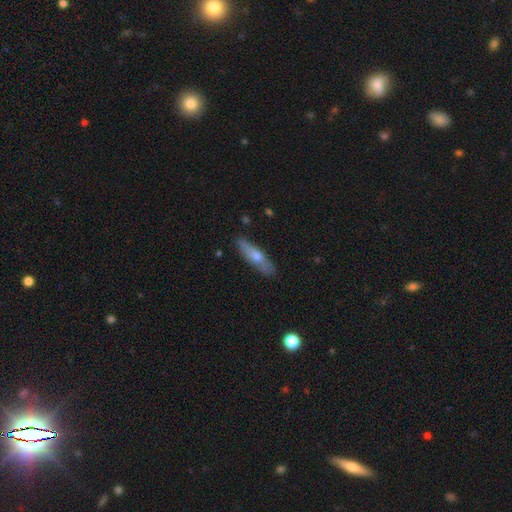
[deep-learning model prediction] Overall: smooth (51%; featured or disk 43%). How rounded: cigar-shaped (75%). Merging: none (83%).